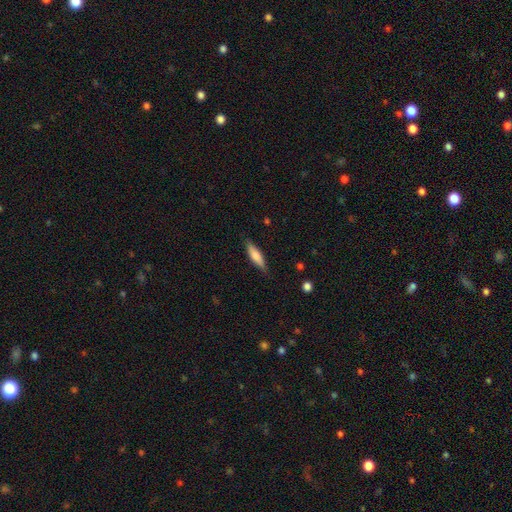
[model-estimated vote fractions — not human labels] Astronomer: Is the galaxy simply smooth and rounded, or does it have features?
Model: smooth — 73%.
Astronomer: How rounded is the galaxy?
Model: cigar-shaped — 65%.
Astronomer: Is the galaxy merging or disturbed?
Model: none — 82%.